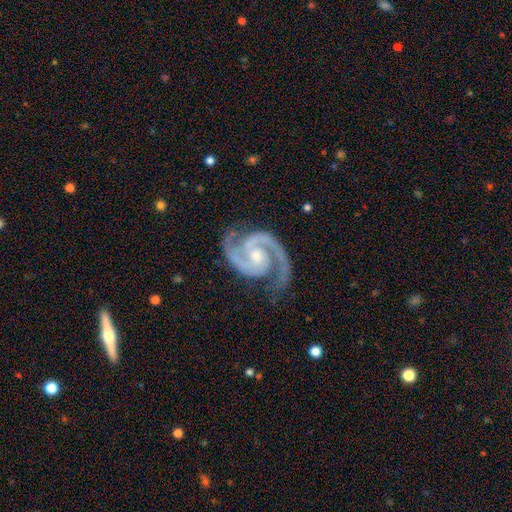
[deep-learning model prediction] featured or disk 95%, star or artifact 4%, smooth 2%. Down the decision tree: edge-on disk — no (98%); bar — no (60%); spiral arms — yes (99%); spiral arm count — 2 (93%); spiral winding — medium (54%); bulge size — small (48%); merging — none (77%).